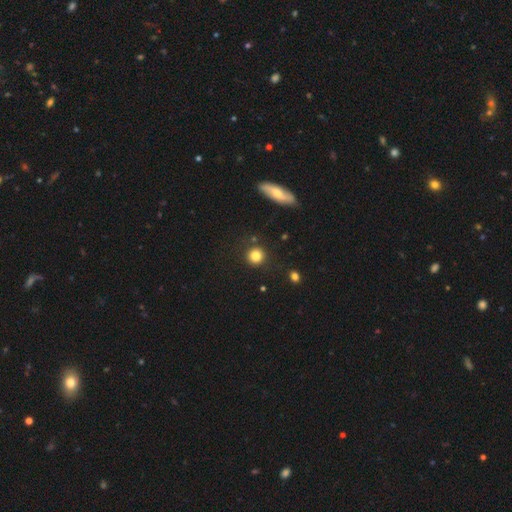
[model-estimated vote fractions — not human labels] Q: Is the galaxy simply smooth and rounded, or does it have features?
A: smooth — 83%.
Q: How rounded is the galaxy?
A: round — 92%.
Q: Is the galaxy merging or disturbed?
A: none — 87%.